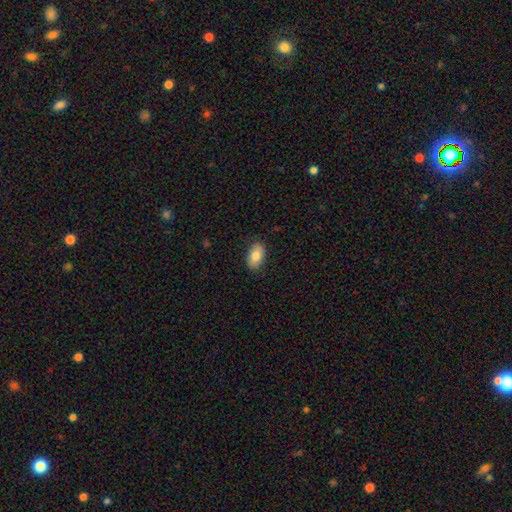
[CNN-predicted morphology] The model was most divided on "smooth or featured": smooth: 81%, featured or disk: 12%, star or artifact: 7%. More confident: how rounded — in between (92%); merging — none (86%).